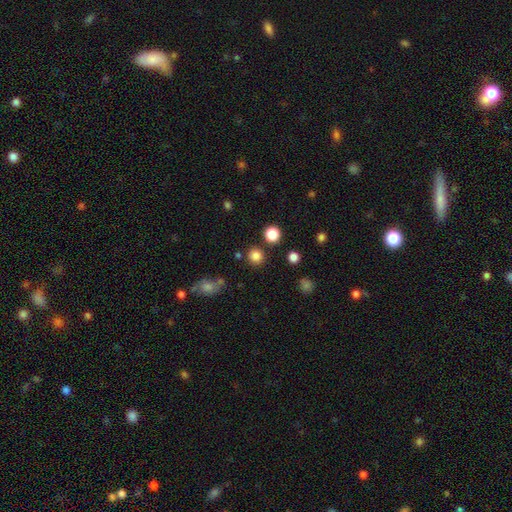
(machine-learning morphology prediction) Q: Smooth or featured?
A: smooth (83%); runner-up: star or artifact (13%)
Q: How rounded?
A: round (92%); runner-up: in between (7%)
Q: Merging?
A: none (86%); runner-up: minor disturbance (6%)